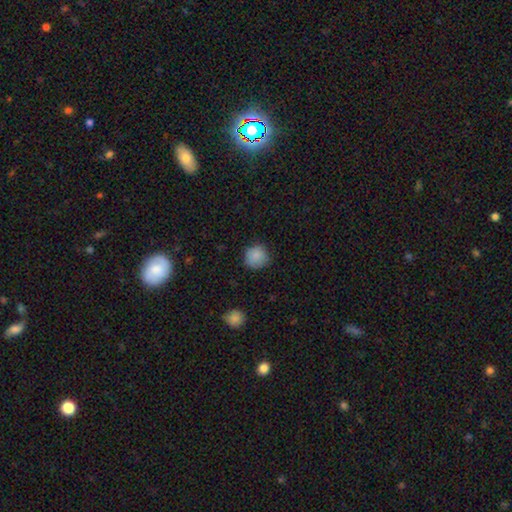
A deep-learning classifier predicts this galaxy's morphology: smooth-or-featured: smooth: 86% | star or artifact: 9% | featured or disk: 5%
  how-rounded: round: 90% | in between: 9% | cigar-shaped: 1%
  merging: none: 80% | minor disturbance: 16% | major disturbance: 3% | merger: 1%